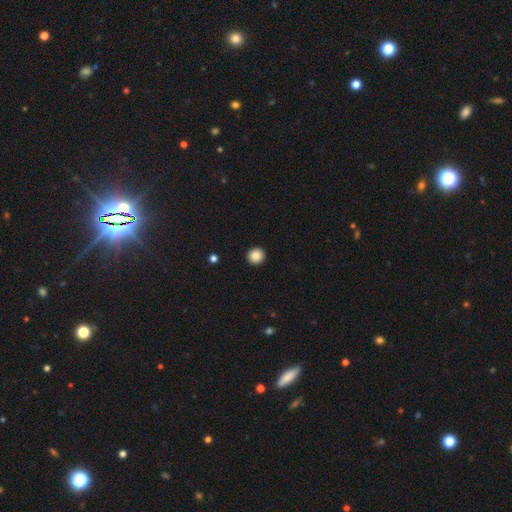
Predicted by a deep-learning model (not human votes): Q: Smooth or featured?
A: smooth (88%); runner-up: star or artifact (9%)
Q: How rounded?
A: round (95%); runner-up: in between (4%)
Q: Merging?
A: none (93%); runner-up: minor disturbance (4%)